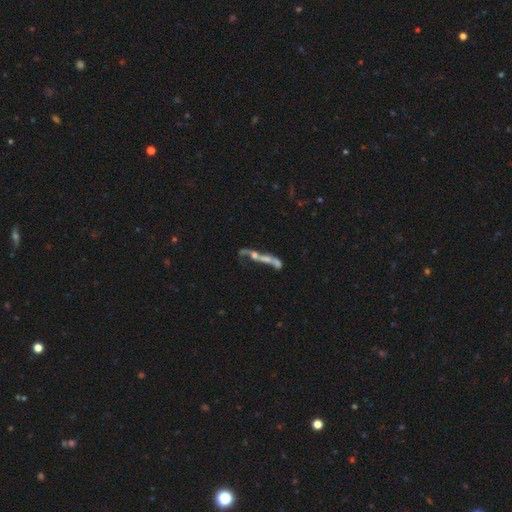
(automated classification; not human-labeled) This appears to be a featured or disk galaxy (57%). Merging: merger (43%).